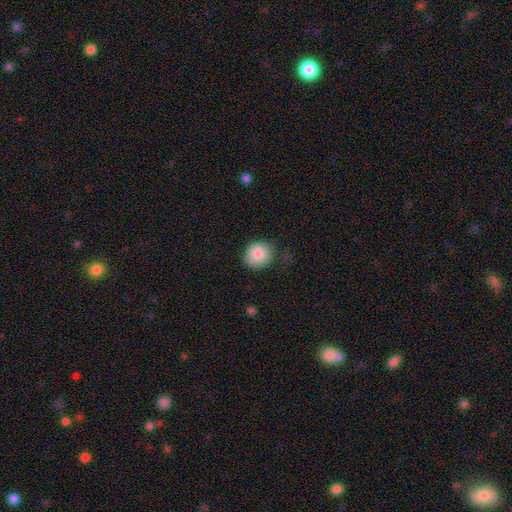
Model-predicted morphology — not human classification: A smooth galaxy with no disk features (86%) that is round (78%).

Vote fractions:
- Smooth or featured? smooth: 86% / star or artifact: 7% / featured or disk: 7%
- How rounded? round: 78% / in between: 21% / cigar-shaped: 1%
- Merging? none: 68% / minor disturbance: 24% / major disturbance: 7% / merger: 2%